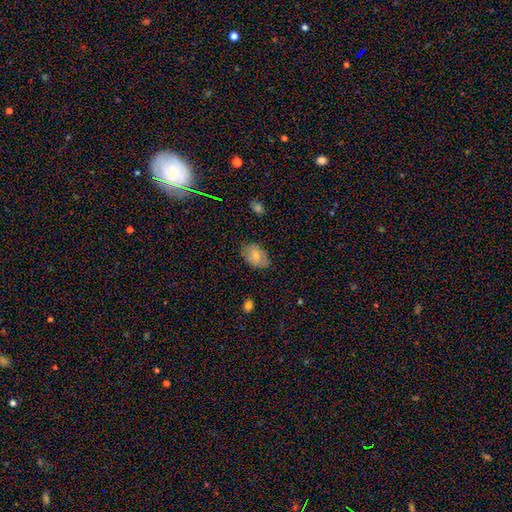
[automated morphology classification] smooth_or_featured: smooth (p=0.73) [alt: featured or disk p=0.19]
how_rounded: in between (p=0.89) [alt: round p=0.10]
merging: none (p=0.72) [alt: minor disturbance p=0.22]